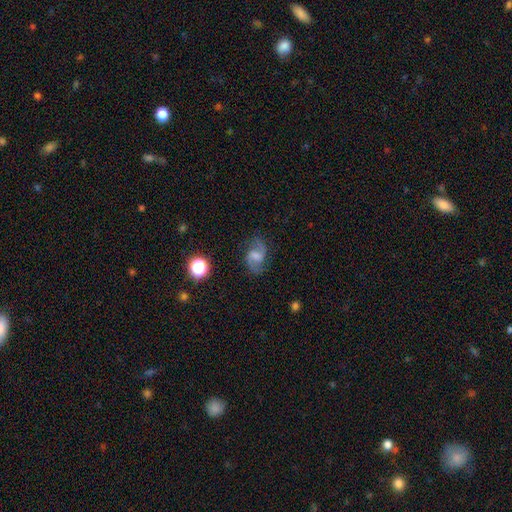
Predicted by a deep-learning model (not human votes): Smooth or featured?
  - featured or disk: 80% *
  - smooth: 11%
  - star or artifact: 9%
Edge-on disk?
  - no: 97% *
  - yes: 3%
Bar?
  - weak: 54% *
  - no: 32%
  - strong: 14%
Spiral arms?
  - yes: 96% *
  - no: 4%
Spiral winding?
  - medium: 47% *
  - loose: 41%
  - tight: 12%
Spiral arm count?
  - 2: 92% *
  - can't tell: 3%
  - 1: 2%
  - 3: 1%
  - 4: 1%
  - more than 4: 1%
Bulge size?
  - moderate: 37% *
  - small: 32%
  - none: 21%
  - large: 9%
  - dominant: 2%
Merging?
  - none: 80% *
  - minor disturbance: 13%
  - major disturbance: 5%
  - merger: 2%